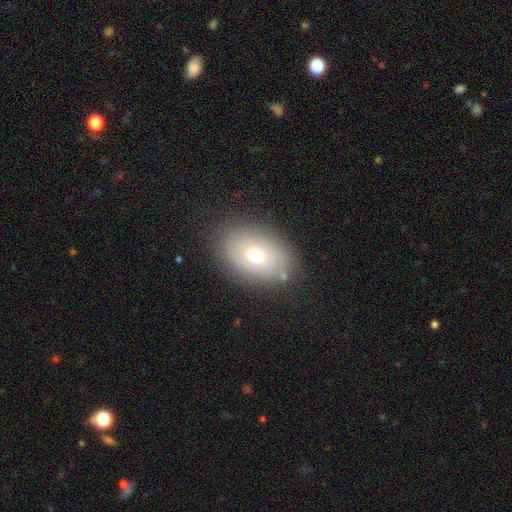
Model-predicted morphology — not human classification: Smooth or featured?
  - smooth: 62% *
  - featured or disk: 28%
  - star or artifact: 10%
How rounded?
  - in between: 78% *
  - round: 21%
  - cigar-shaped: 1%
Merging?
  - none: 82% *
  - minor disturbance: 12%
  - major disturbance: 4%
  - merger: 2%